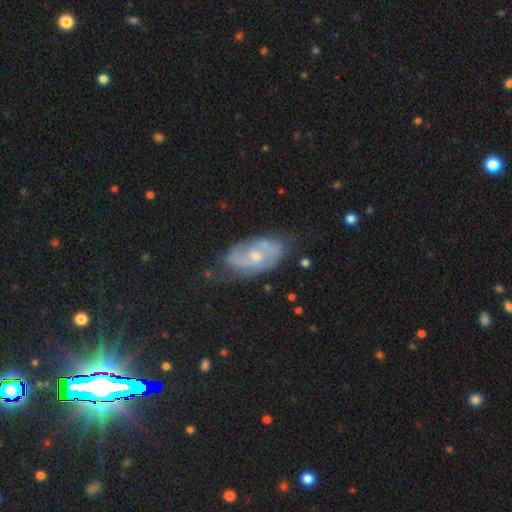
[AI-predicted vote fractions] A featured or disk galaxy (78%) with no bar (58%), 2 (73%) medium (46%) spiral arms (90%) and a moderate central bulge (48%, tied with small). Merging: none (65%).